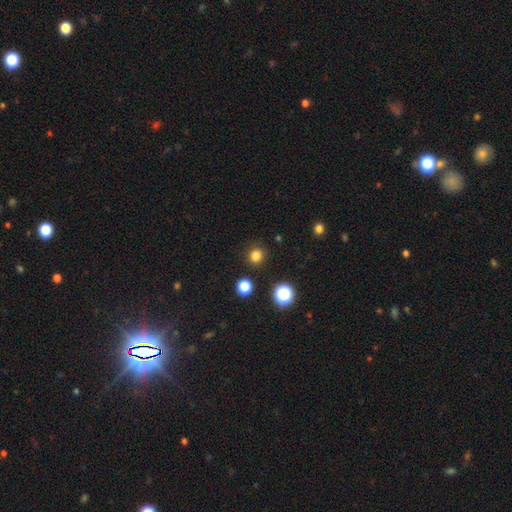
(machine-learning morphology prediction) Smooth or featured?
  - smooth: 80% *
  - star or artifact: 16%
  - featured or disk: 4%
How rounded?
  - round: 91% *
  - in between: 8%
  - cigar-shaped: 1%
Merging?
  - none: 90% *
  - minor disturbance: 6%
  - major disturbance: 2%
  - merger: 2%